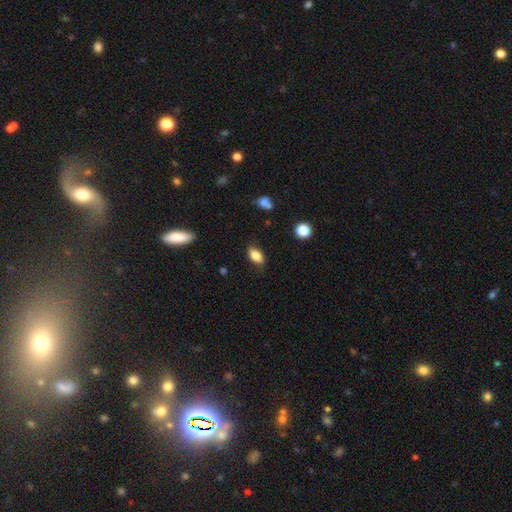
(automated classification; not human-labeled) smooth 84%, star or artifact 8%, featured or disk 7%. Down the decision tree: how rounded — in between (88%); merging — none (81%).